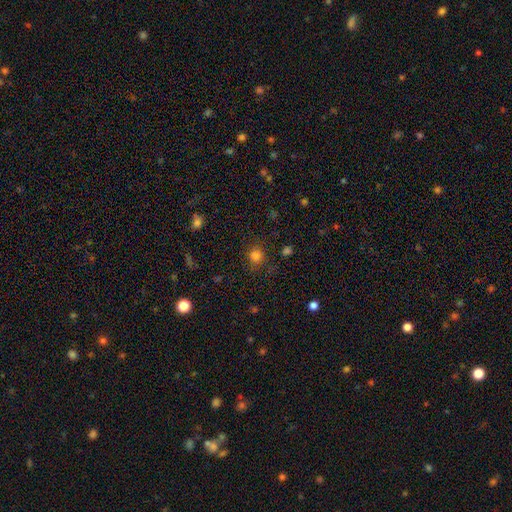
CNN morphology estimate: This is likely a smooth galaxy (80%). How rounded: clearly round (82%). Merging: likely none (80%).